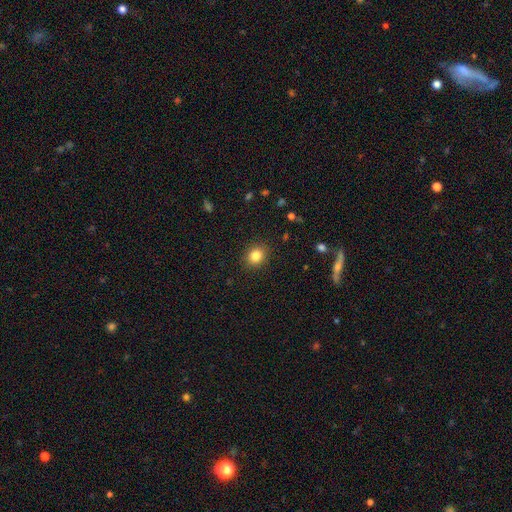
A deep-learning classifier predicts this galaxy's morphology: This is clearly a smooth galaxy (84%). How rounded: likely round (65%). Merging: clearly none (89%).